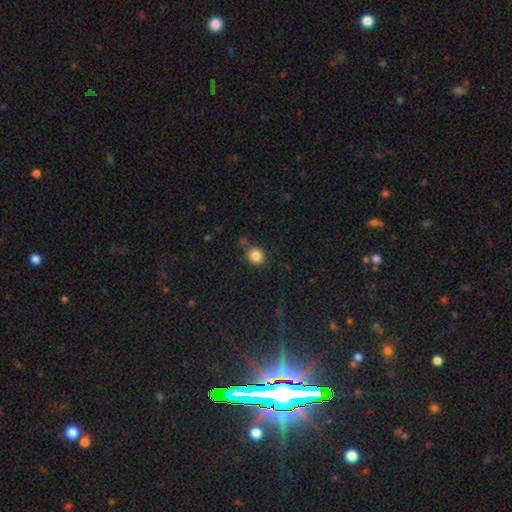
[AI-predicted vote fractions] The model was most divided on "how rounded": round: 85%, in between: 14%, cigar-shaped: 1%. More confident: smooth or featured — smooth (85%); merging — none (81%).